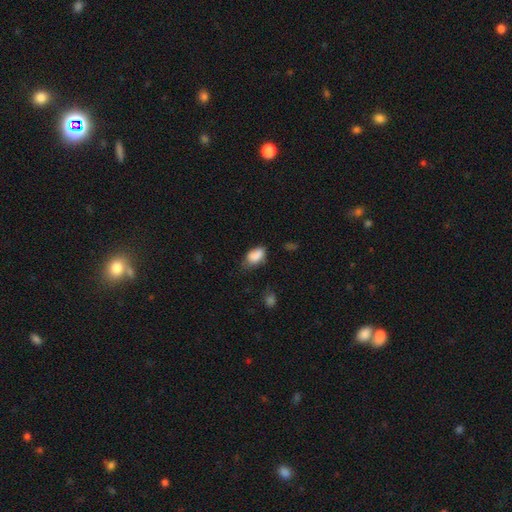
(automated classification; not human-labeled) The model was most divided on "merging": none: 50%, minor disturbance: 36%, major disturbance: 10%, merger: 4%. More confident: how rounded — in between (89%); smooth or featured — smooth (84%).